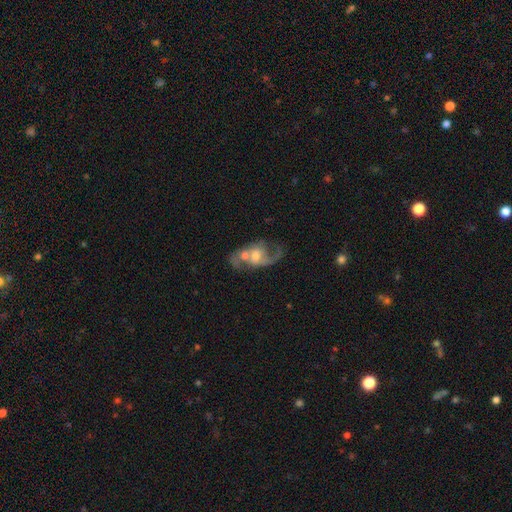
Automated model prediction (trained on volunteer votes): Smooth or featured?
  - featured or disk: 73% *
  - smooth: 20%
  - star or artifact: 7%
Edge-on disk?
  - no: 96% *
  - yes: 4%
Bar?
  - no: 62% *
  - weak: 31%
  - strong: 7%
Spiral arms?
  - yes: 82% *
  - no: 18%
Spiral winding?
  - loose: 52% *
  - medium: 38%
  - tight: 10%
Spiral arm count?
  - 2: 68% *
  - 1: 21%
  - can't tell: 7%
  - 3: 1%
  - 4: 1%
  - more than 4: 1%
Bulge size?
  - moderate: 61% *
  - small: 24%
  - large: 10%
  - none: 4%
  - dominant: 2%
Merging?
  - merger: 47% *
  - none: 26%
  - major disturbance: 15%
  - minor disturbance: 12%